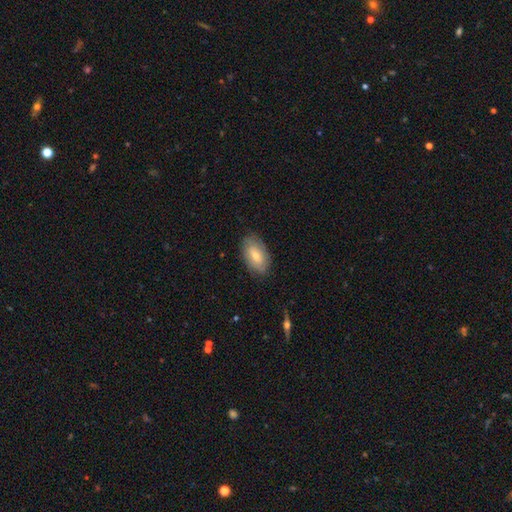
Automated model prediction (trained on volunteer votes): This is likely a smooth galaxy (66%). How rounded: clearly in between (93%). Merging: likely none (79%).